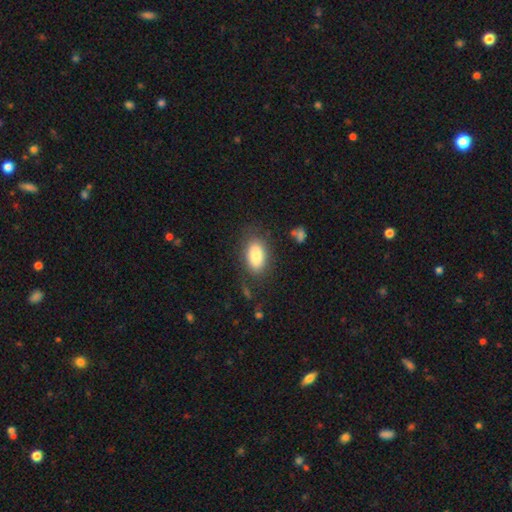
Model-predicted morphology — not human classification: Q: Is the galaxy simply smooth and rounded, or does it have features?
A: smooth — 83%.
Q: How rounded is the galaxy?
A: in between — 92%.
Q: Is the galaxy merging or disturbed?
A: none — 77%.